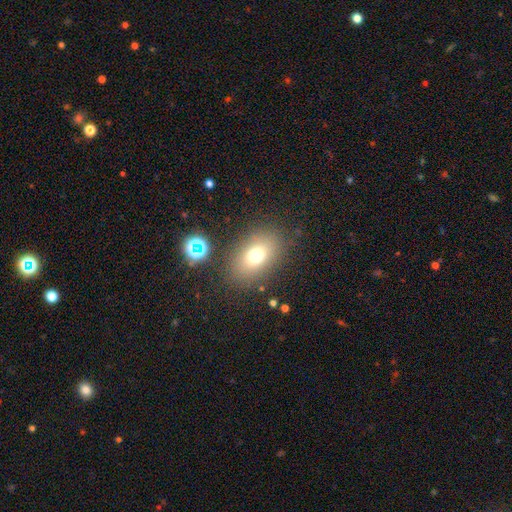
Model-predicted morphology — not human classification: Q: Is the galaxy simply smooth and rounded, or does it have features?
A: smooth — 73%.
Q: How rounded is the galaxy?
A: in between — 79%.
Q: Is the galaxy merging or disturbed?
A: none — 82%.